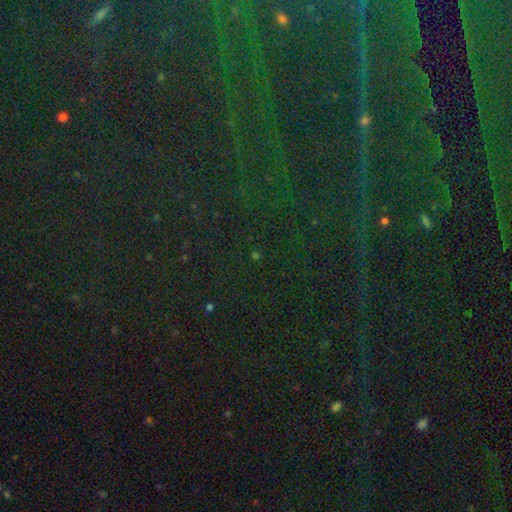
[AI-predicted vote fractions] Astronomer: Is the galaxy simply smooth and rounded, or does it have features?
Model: star or artifact — 77%.